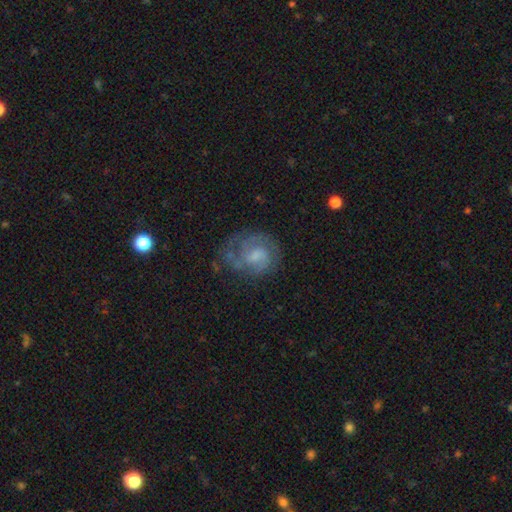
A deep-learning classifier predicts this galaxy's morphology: The model was most divided on "spiral winding": medium: 44%, tight: 41%, loose: 15%. Remaining: edge-on disk — no (98%); spiral arms — yes (87%); smooth or featured — featured or disk (71%); merging — none (57%); spiral arm count — 2 (50%); bar — weak (48%); bulge size — small (39%).